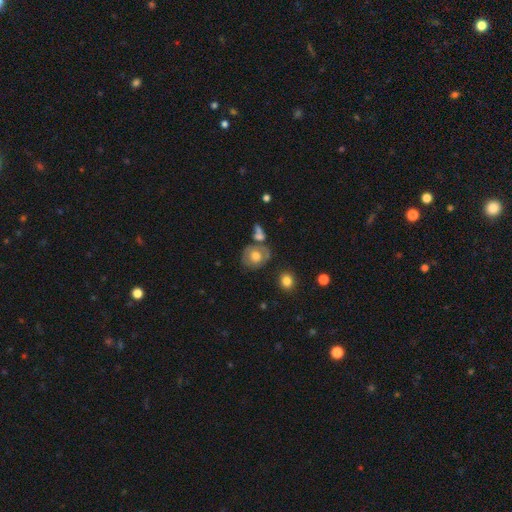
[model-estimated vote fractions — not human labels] A smooth galaxy with no disk features (55%) that is round (66%). Merging: none (56%).